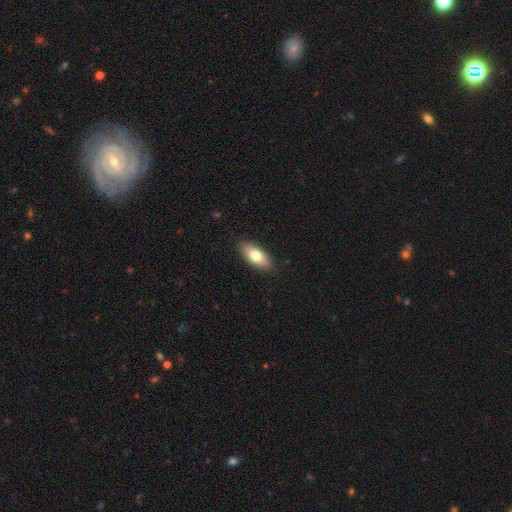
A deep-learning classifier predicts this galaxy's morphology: The model was most divided on "smooth or featured": smooth: 76%, featured or disk: 18%, star or artifact: 6%. More confident: merging — none (88%); how rounded — in between (84%).